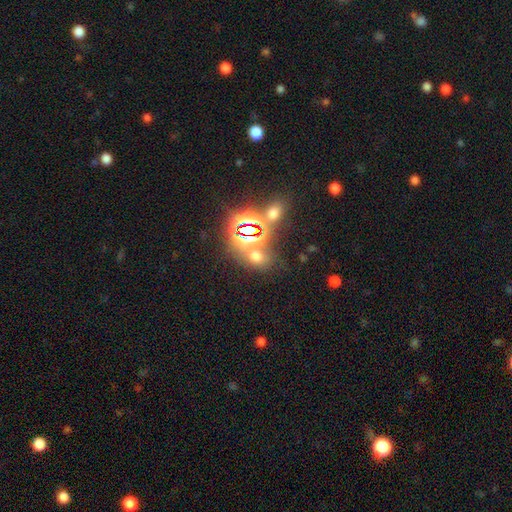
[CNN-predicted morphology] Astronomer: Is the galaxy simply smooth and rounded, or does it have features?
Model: smooth — 46% (runner-up: star or artifact, 45%).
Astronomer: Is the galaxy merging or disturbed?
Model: none — 62%.